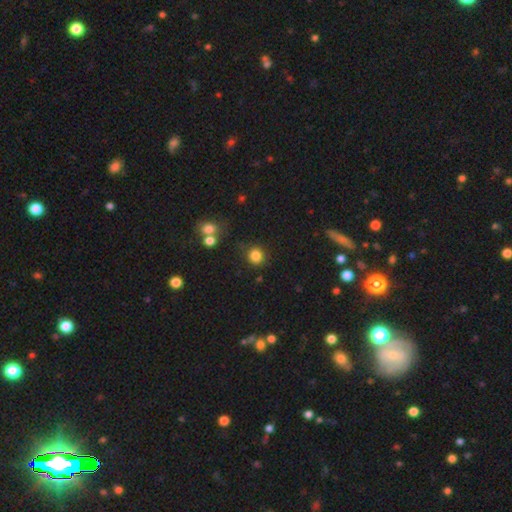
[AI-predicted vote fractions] Q: Smooth or featured?
A: smooth (83%); runner-up: star or artifact (12%)
Q: How rounded?
A: round (89%); runner-up: in between (10%)
Q: Merging?
A: none (81%); runner-up: minor disturbance (10%)